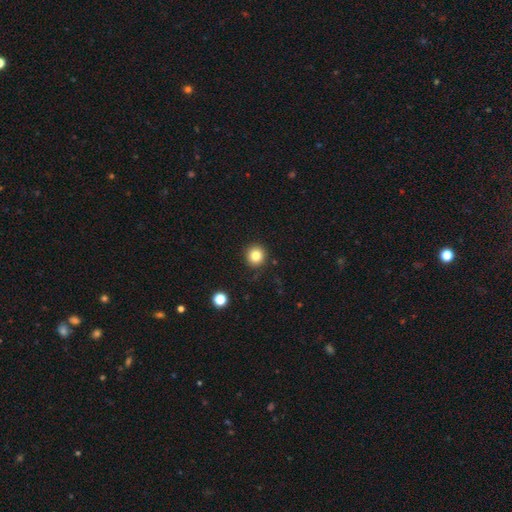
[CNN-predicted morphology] Q: Smooth or featured?
A: smooth (83%); runner-up: star or artifact (11%)
Q: How rounded?
A: round (92%); runner-up: in between (7%)
Q: Merging?
A: none (89%); runner-up: minor disturbance (7%)